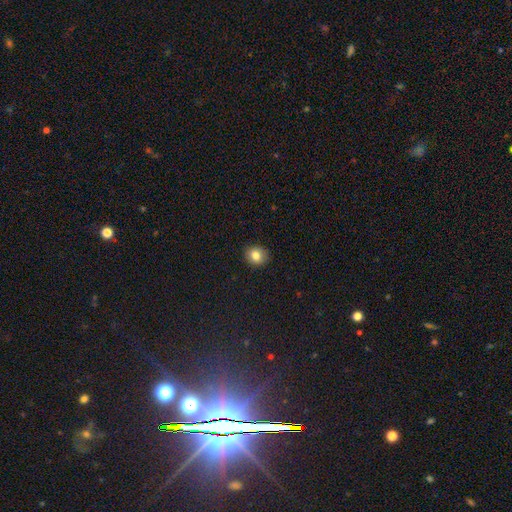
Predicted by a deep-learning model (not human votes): Smooth or featured? smooth (82%)
How rounded? round (72%)
Merging? none (89%)